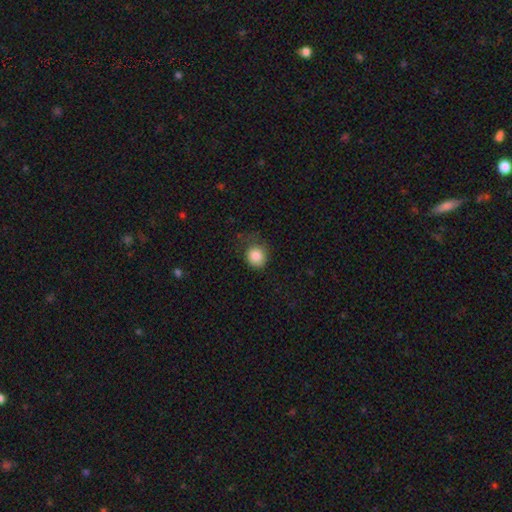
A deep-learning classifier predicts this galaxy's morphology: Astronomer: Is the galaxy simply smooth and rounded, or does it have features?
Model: smooth — 85%.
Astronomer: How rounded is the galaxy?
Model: round — 82%.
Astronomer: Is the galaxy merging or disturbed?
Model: none — 59%.